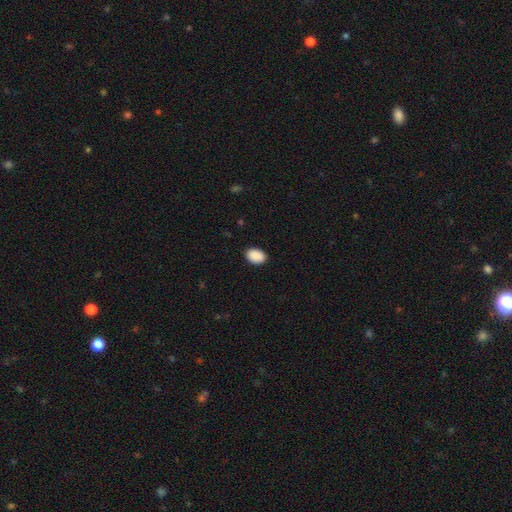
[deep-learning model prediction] Smooth or featured? Predicted: smooth (p=0.91). How rounded? Predicted: in between (p=0.82). Merging? Predicted: none (p=0.89).